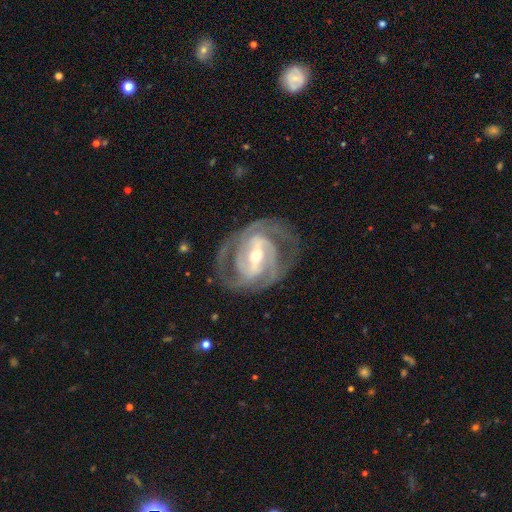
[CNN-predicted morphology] featured or disk 91%, smooth 5%, star or artifact 4%. Down the decision tree: edge-on disk — no (96%); bar — strong (62%); spiral arms — yes (96%); spiral arm count — 2 (47%); spiral winding — tight (53%); bulge size — small (49%); merging — none (75%).